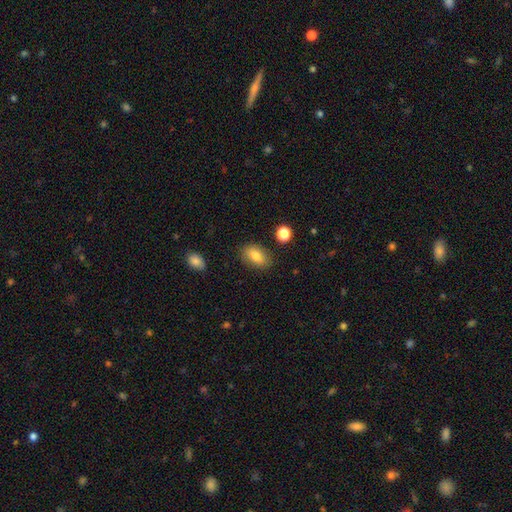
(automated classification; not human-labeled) This is clearly a smooth galaxy (81%). How rounded: clearly in between (88%). Merging: clearly none (84%).